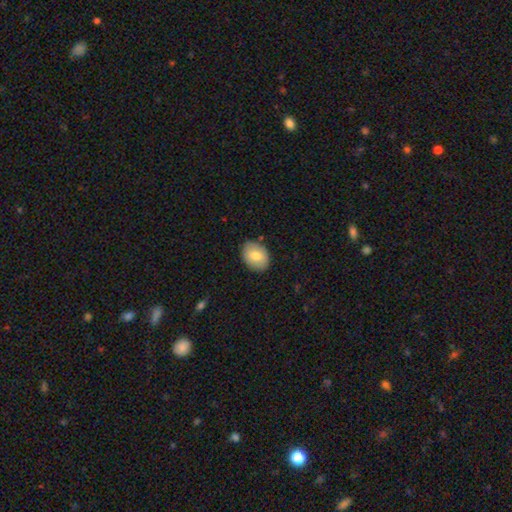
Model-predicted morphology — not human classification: The model was most divided on "how rounded": in between: 66%, round: 33%, cigar-shaped: 1%. More confident: merging — none (84%); smooth or featured — smooth (74%).